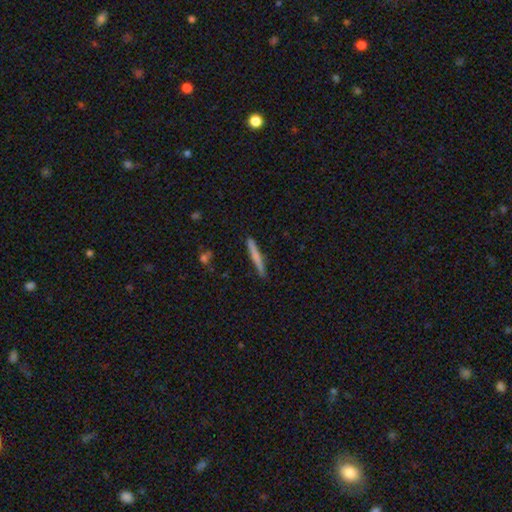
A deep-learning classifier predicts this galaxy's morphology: Smooth or featured: smooth — 68% (featured or disk — 27%)
How rounded: cigar-shaped — 96% (in between — 3%)
Merging: none — 89% (minor disturbance — 8%)